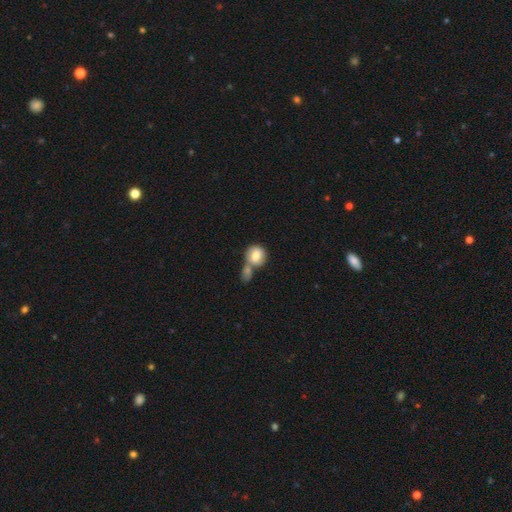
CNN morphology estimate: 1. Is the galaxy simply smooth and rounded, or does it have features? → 80% smooth, 13% featured or disk, 7% star or artifact.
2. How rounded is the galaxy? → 82% round, 17% in between, 1% cigar-shaped.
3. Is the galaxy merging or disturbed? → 52% merger, 34% none, 10% minor disturbance, 4% major disturbance.